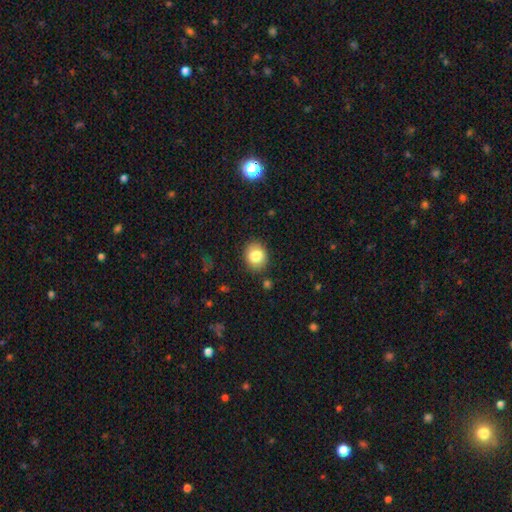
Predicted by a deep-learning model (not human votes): This appears to be a smooth galaxy with no disk features (82%) that is round (56%). Merging: none (85%).